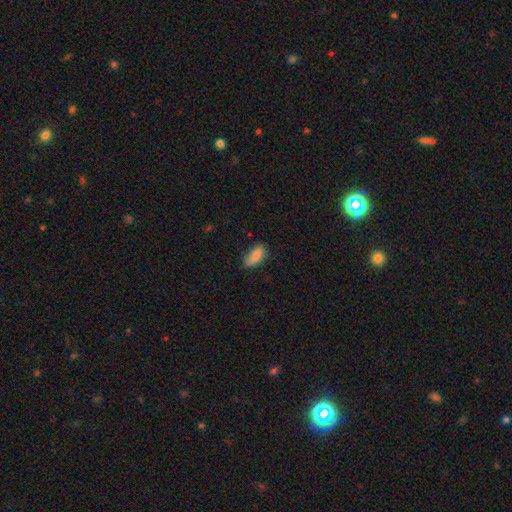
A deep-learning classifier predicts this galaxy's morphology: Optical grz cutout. It shows a smooth galaxy with no disk features (83%) that is in between round and cigar-shaped (87%). Merging: none (73%).